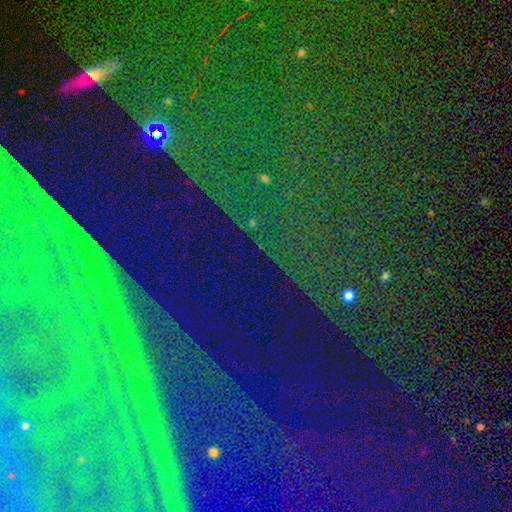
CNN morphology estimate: This appears to be a star or artifact, not a galaxy (81%).